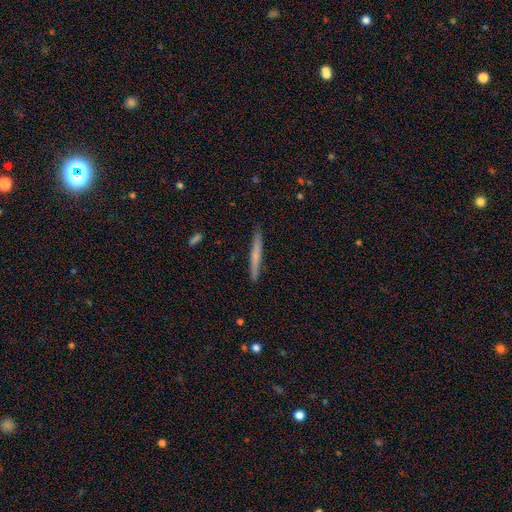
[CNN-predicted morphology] Smooth or featured? smooth (59%)
How rounded? cigar-shaped (96%)
Merging? none (89%)